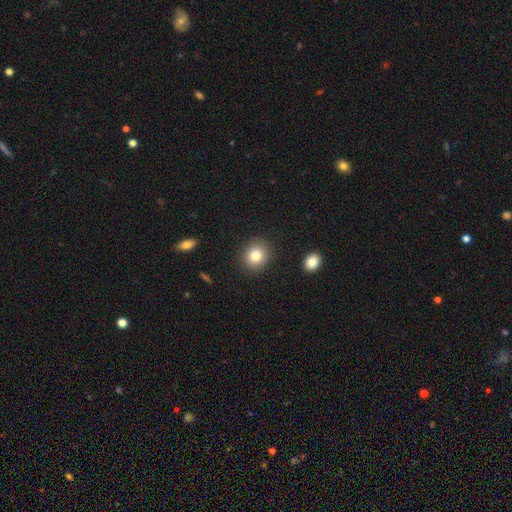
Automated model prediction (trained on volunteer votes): smooth 82%, star or artifact 10%, featured or disk 8%. Down the decision tree: how rounded — round (76%); merging — none (88%).